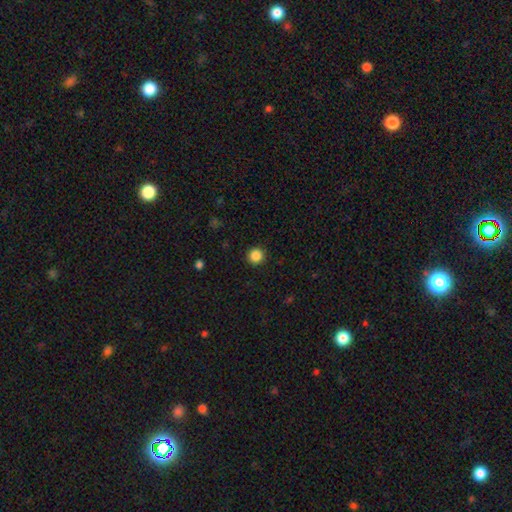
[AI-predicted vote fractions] smooth_or_featured: smooth (p=0.86) [alt: star or artifact p=0.11]
how_rounded: round (p=0.95) [alt: in between p=0.04]
merging: none (p=0.93) [alt: minor disturbance p=0.05]